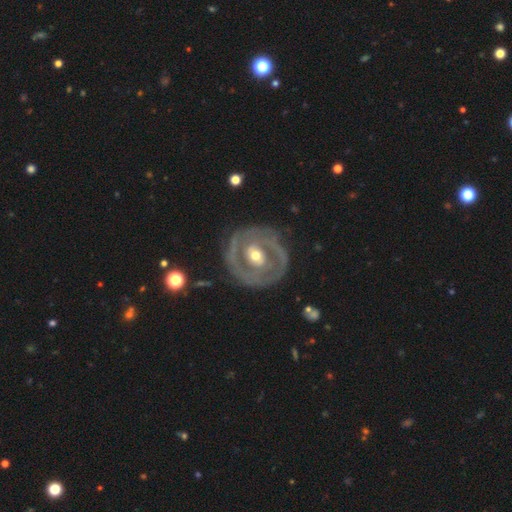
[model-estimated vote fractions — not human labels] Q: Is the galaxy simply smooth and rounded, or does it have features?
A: featured or disk — 80%.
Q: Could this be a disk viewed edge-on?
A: no — 96%.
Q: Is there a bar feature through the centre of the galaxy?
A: no — 51%.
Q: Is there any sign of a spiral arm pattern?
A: yes — 67%.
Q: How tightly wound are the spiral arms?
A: tight — 59%.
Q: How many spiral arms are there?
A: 2 — 51%.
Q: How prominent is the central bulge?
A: moderate — 68%.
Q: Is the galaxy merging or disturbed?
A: none — 75%.